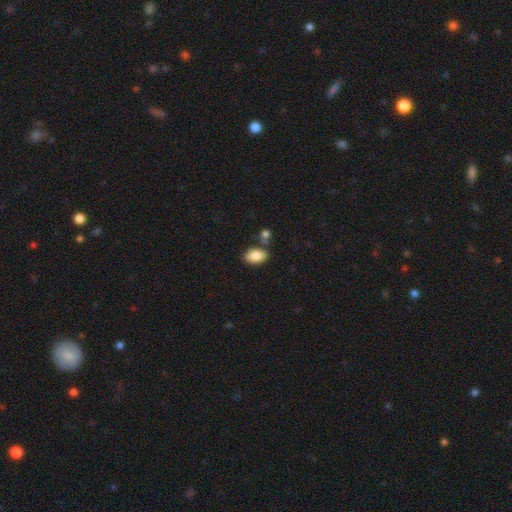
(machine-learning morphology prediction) Smooth or featured?
  - smooth: 86% *
  - featured or disk: 7%
  - star or artifact: 7%
How rounded?
  - in between: 92% *
  - round: 7%
  - cigar-shaped: 1%
Merging?
  - none: 72% *
  - minor disturbance: 13%
  - merger: 12%
  - major disturbance: 3%